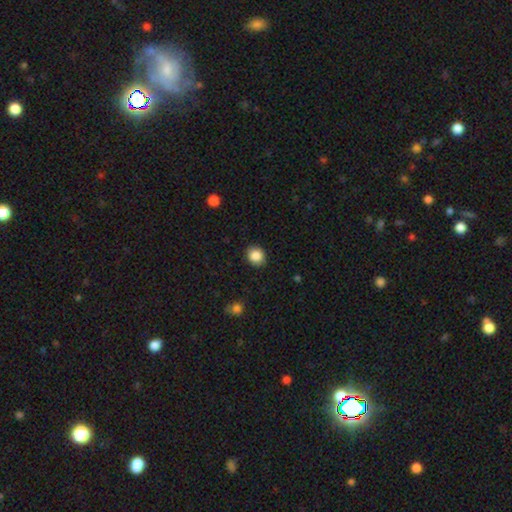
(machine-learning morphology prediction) smooth 87%, star or artifact 9%, featured or disk 4%. Down the decision tree: how rounded — round (73%); merging — none (89%).